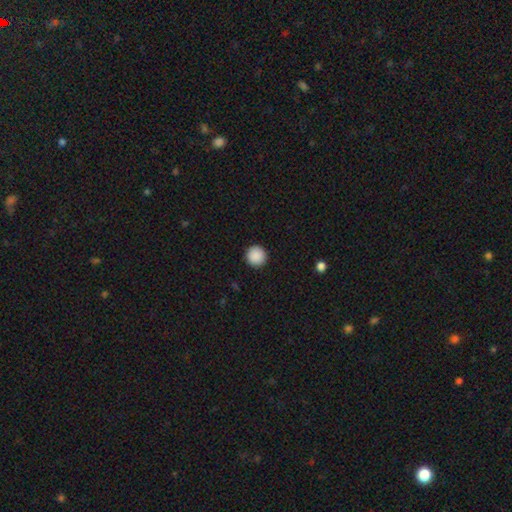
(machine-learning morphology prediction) smooth 90%, star or artifact 8%, featured or disk 2%. Down the decision tree: how rounded — round (96%); merging — none (93%).